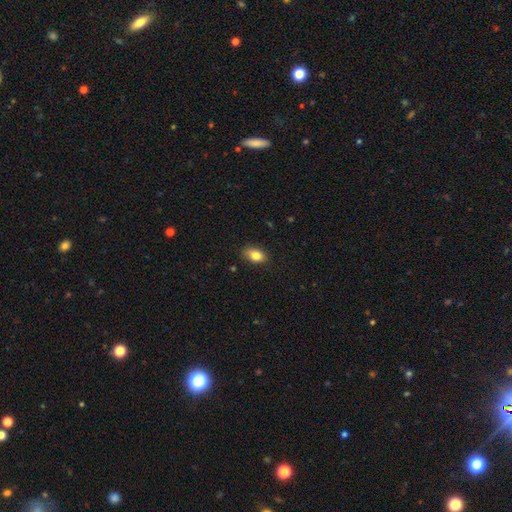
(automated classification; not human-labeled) Smooth or featured: smooth — 84% (star or artifact — 8%)
How rounded: in between — 85% (round — 13%)
Merging: none — 80% (minor disturbance — 15%)